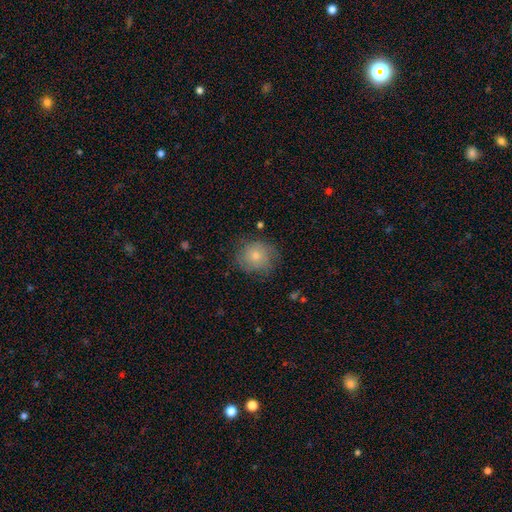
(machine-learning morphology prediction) smooth_or_featured: smooth (p=0.74) [alt: featured or disk p=0.17]
how_rounded: round (p=0.85) [alt: in between p=0.14]
merging: none (p=0.73) [alt: minor disturbance p=0.19]